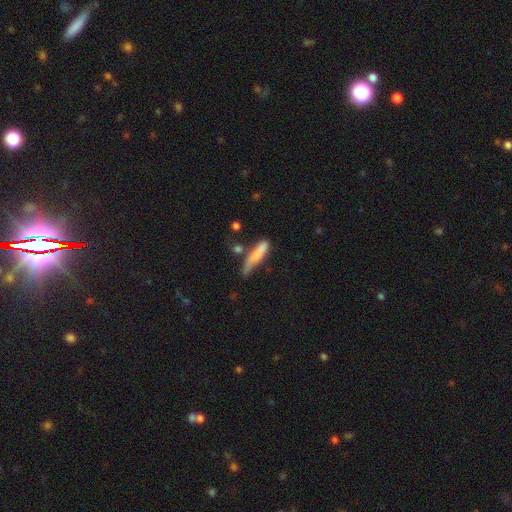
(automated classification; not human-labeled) A smooth galaxy with no disk features (71%) that is cigar-shaped (78%). Merging: none (40%).